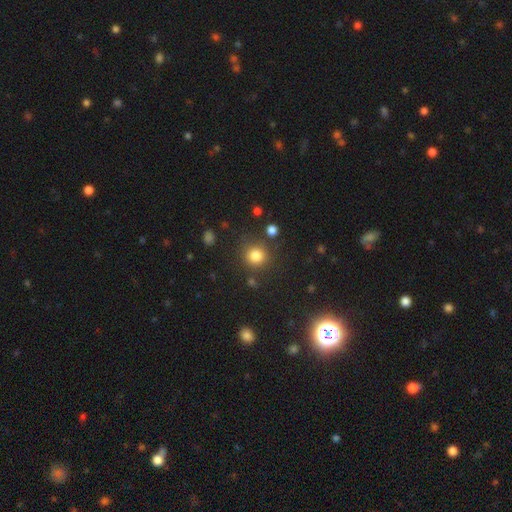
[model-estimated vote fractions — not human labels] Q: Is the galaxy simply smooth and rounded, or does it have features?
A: smooth — 82%.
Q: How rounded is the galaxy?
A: round — 91%.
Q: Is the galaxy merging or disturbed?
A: none — 81%.